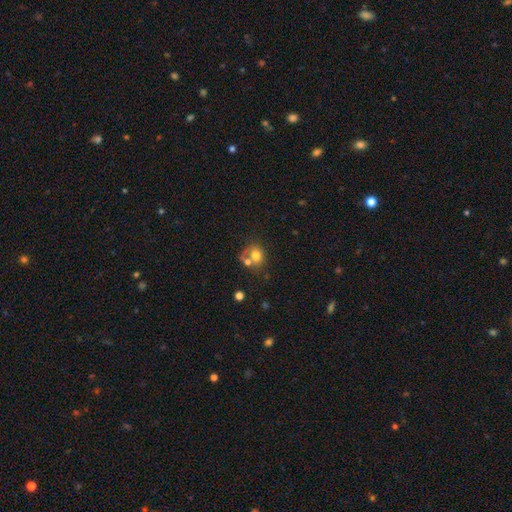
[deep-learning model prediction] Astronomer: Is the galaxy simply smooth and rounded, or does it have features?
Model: smooth — 71%.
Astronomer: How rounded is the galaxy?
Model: round — 62% (runner-up: in between, 37%).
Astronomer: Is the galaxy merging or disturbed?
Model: merger — 41% (runner-up: none, 36%).